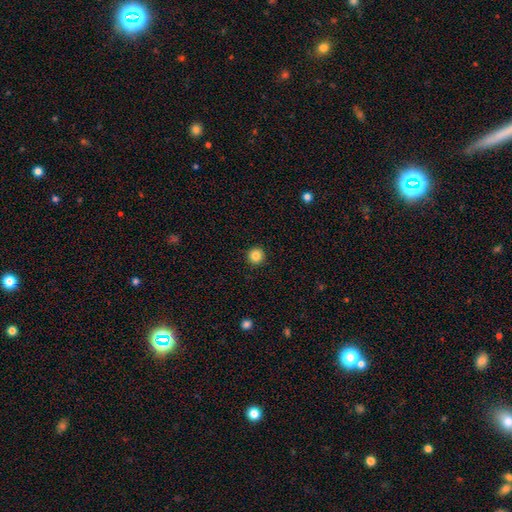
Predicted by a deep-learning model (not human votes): smooth 85%, star or artifact 10%, featured or disk 4%. Down the decision tree: how rounded — round (96%); merging — none (93%).